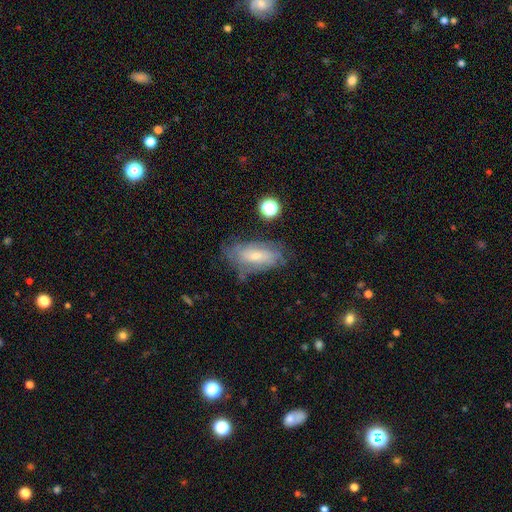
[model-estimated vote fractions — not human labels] featured or disk 51%, smooth 40%, star or artifact 9%. Down the decision tree: edge-on disk — no (86%); merging — none (61%).